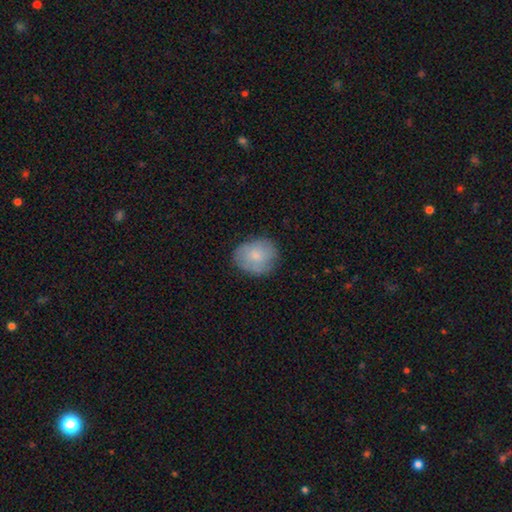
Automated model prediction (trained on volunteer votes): Morphology: type=smooth (74%); roundness=round (59%); merging=none (75%).